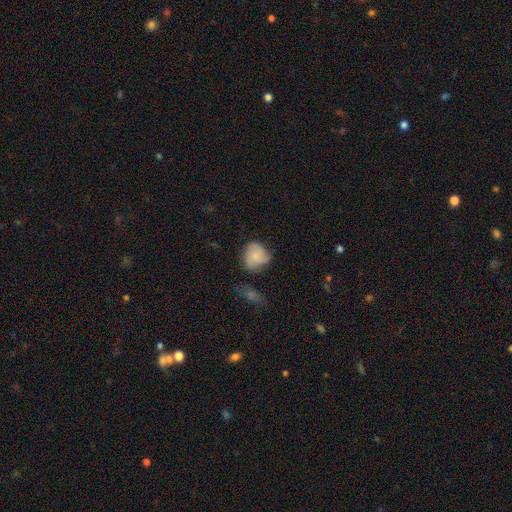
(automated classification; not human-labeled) smooth 64%, featured or disk 29%, star or artifact 8%. Down the decision tree: how rounded — round (66%); merging — none (54%).